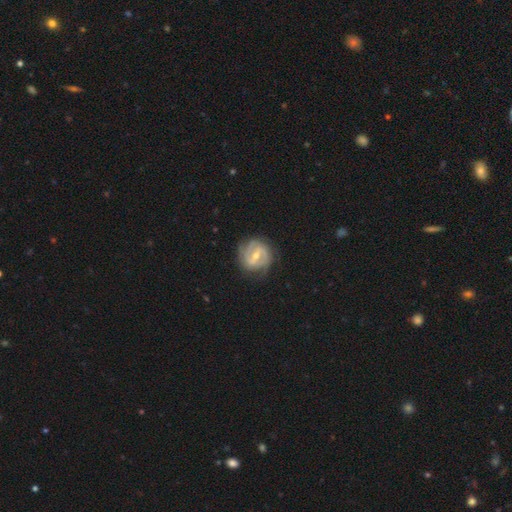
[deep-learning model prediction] A featured or disk galaxy (84%) with a strong bar (44%), 2 (61%) tight (53%) spiral arms (91%) and a moderate central bulge (50%). Merging: none (76%).